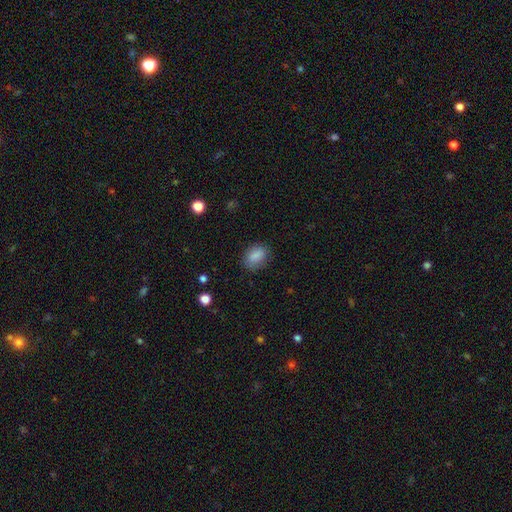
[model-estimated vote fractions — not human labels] The model was most divided on "how rounded": in between: 76%, round: 23%, cigar-shaped: 1%. More confident: smooth or featured — smooth (87%); merging — none (81%).